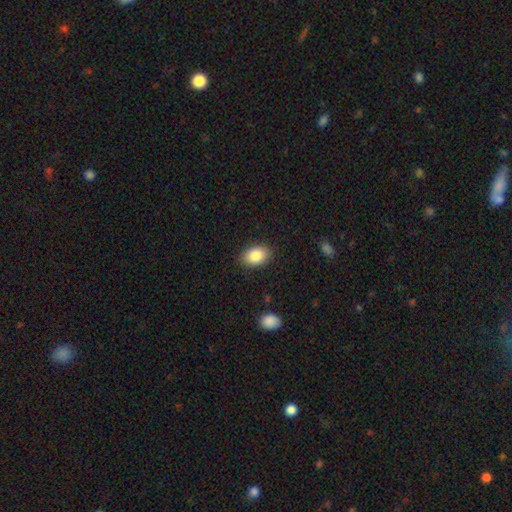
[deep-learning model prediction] Smooth or featured?
  - smooth: 86% *
  - star or artifact: 7%
  - featured or disk: 7%
How rounded?
  - in between: 86% *
  - round: 13%
  - cigar-shaped: 1%
Merging?
  - none: 87% *
  - minor disturbance: 10%
  - major disturbance: 2%
  - merger: 1%